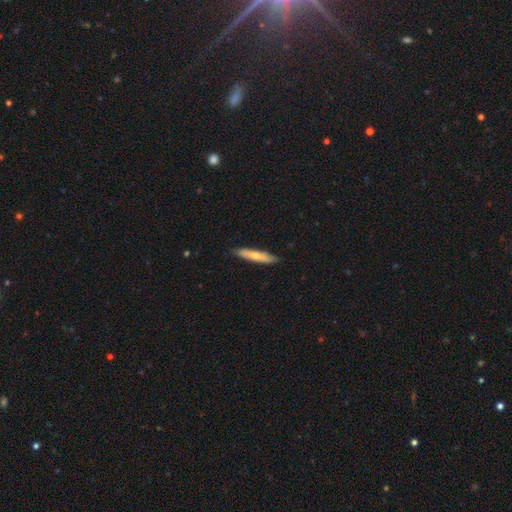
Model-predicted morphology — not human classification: Smooth or featured? Predicted: smooth (p=0.64). How rounded? Predicted: cigar-shaped (p=0.87). Merging? Predicted: none (p=0.86).